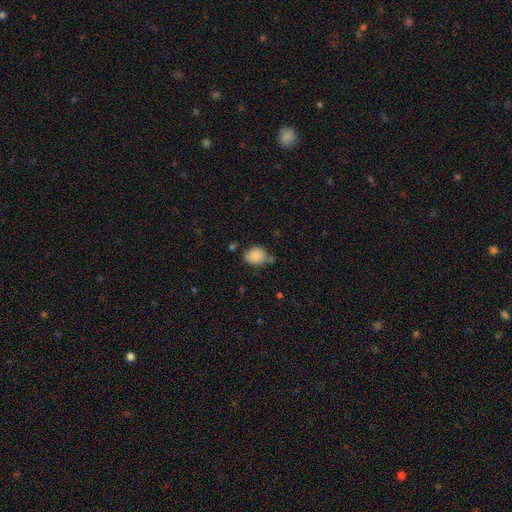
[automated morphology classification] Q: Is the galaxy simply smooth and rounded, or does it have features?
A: smooth — 86%.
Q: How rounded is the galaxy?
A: round — 59%.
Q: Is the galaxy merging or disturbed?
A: none — 66%.